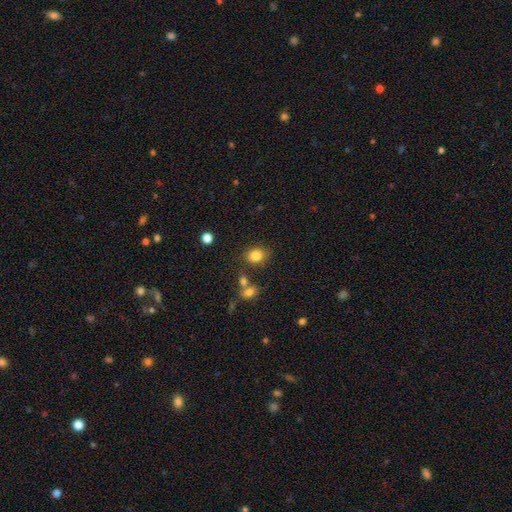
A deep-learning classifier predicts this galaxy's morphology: This appears to be a smooth galaxy with no disk features (83%) that is round (50%). Merging: none (75%).